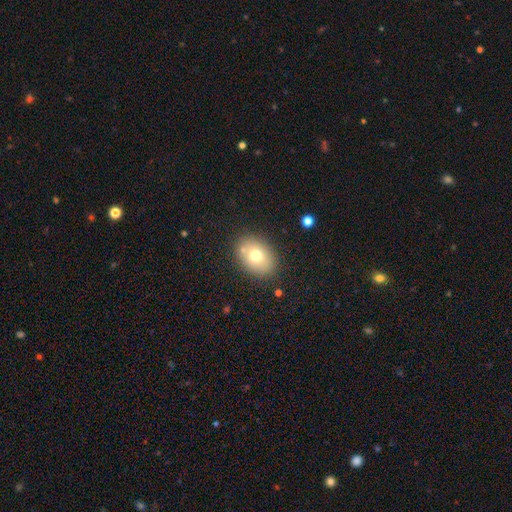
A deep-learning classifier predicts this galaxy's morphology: This appears to be a smooth galaxy with no disk features (72%) that is in between round and cigar-shaped (70%). Merging: none (81%).